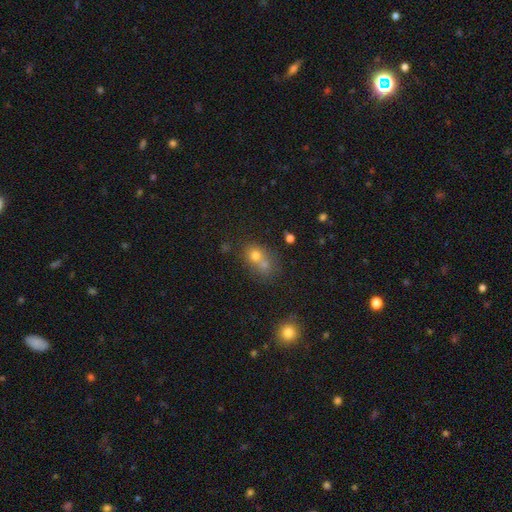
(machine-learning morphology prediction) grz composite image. It shows a smooth galaxy with no disk features (69%) that is round (61%). Merging: merger (58%).